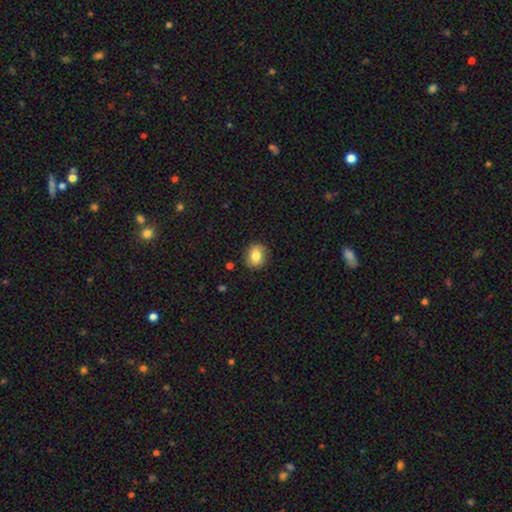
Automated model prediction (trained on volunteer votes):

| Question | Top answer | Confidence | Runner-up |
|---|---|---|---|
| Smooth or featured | smooth | 82% | featured or disk (10%) |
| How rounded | round | 57% | in between (42%) |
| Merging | none | 86% | minor disturbance (10%) |